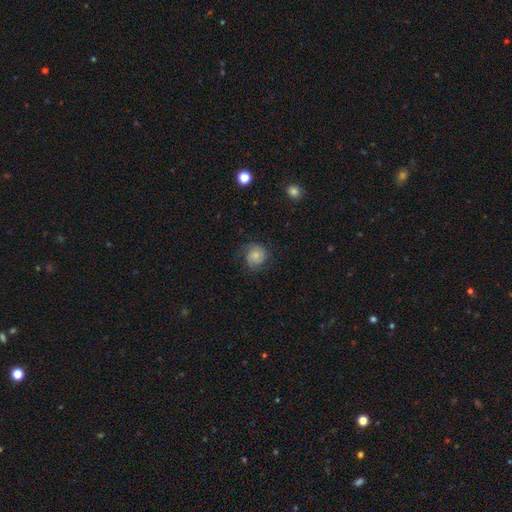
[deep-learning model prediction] This appears to be a smooth galaxy with no disk features (56%) that is round (82%). Merging: none (63%).